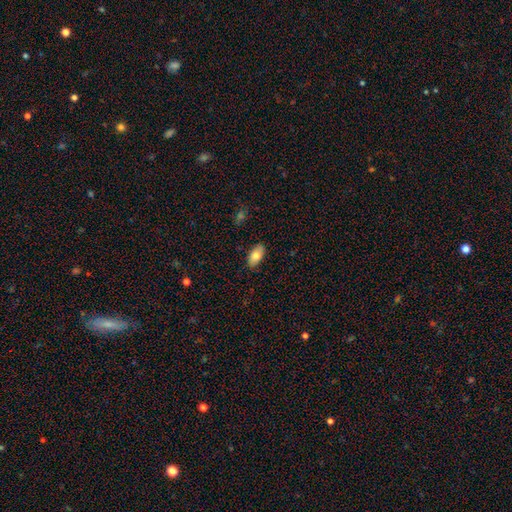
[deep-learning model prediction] The model was most divided on "smooth or featured": smooth: 81%, featured or disk: 12%, star or artifact: 7%. More confident: how rounded — in between (93%); merging — none (86%).